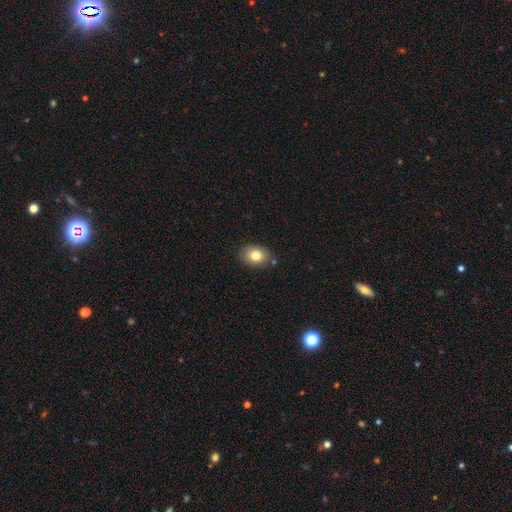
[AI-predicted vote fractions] Overall: smooth (81%). How rounded: in between (70%). Merging: none (82%).